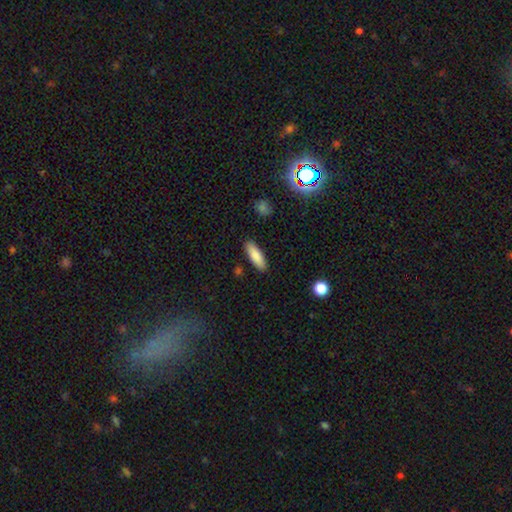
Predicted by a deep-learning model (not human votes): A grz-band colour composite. It shows a smooth galaxy with no disk features (85%) that is in between round and cigar-shaped (54%). Merging: none (88%).